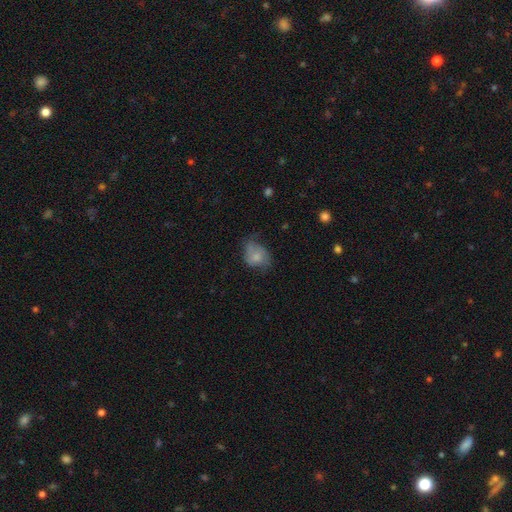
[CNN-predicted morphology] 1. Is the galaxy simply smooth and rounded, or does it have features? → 64% smooth, 28% featured or disk, 8% star or artifact.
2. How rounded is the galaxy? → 61% in between, 37% round, 1% cigar-shaped.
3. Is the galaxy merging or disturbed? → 41% none, 36% minor disturbance, 20% major disturbance, 2% merger.